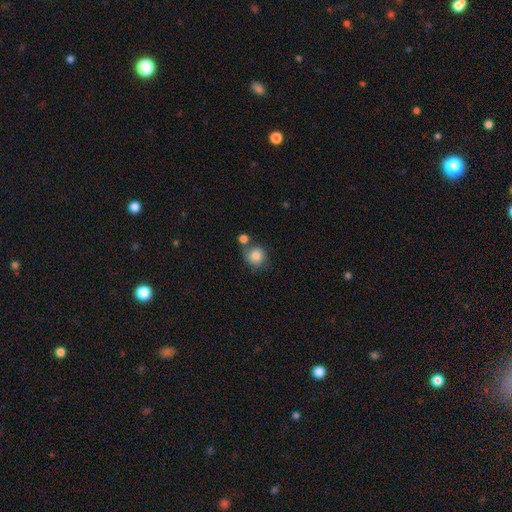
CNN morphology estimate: Smooth or featured?
  - smooth: 83% *
  - featured or disk: 9%
  - star or artifact: 8%
How rounded?
  - round: 84% *
  - in between: 15%
  - cigar-shaped: 1%
Merging?
  - none: 50% *
  - merger: 28%
  - minor disturbance: 16%
  - major disturbance: 6%